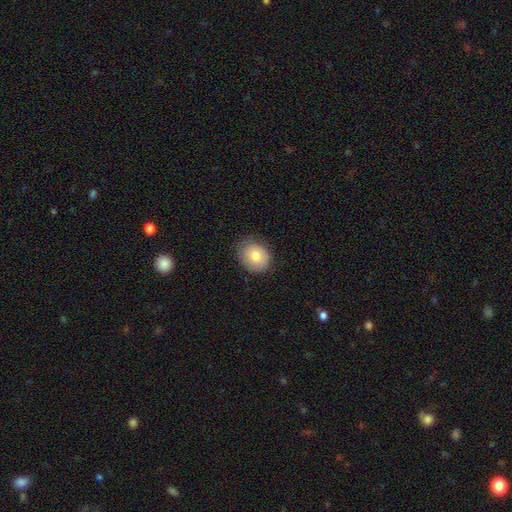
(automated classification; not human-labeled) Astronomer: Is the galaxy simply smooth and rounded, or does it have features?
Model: smooth — 76%.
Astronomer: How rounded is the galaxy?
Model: round — 58% (runner-up: in between, 41%).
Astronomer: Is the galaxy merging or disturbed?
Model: none — 75%.